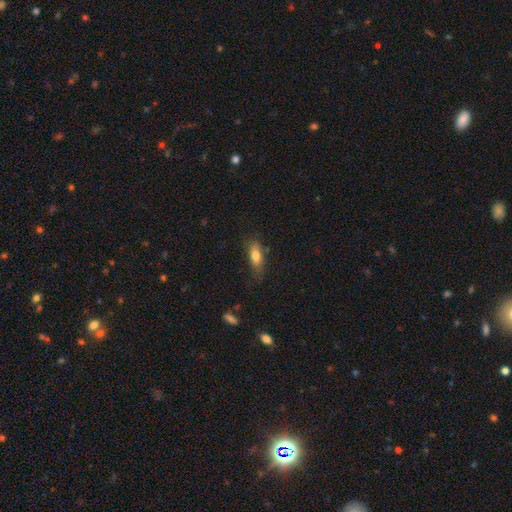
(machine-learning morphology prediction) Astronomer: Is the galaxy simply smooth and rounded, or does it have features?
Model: smooth — 75%.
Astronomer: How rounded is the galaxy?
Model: in between — 66%.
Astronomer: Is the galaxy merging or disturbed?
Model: none — 68%.